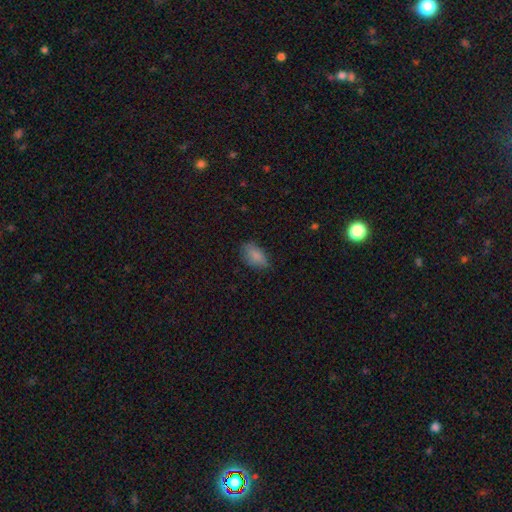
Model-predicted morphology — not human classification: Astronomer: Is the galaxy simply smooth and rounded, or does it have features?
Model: smooth — 83%.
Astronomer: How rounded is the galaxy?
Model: in between — 91%.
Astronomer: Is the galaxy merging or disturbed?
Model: none — 69%.